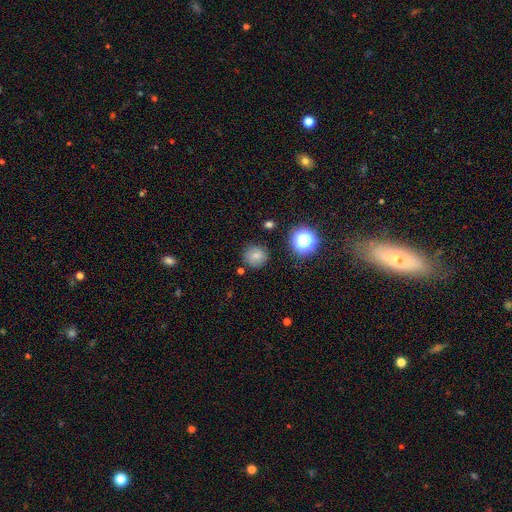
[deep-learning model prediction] The model was most divided on "smooth or featured": smooth: 72%, star or artifact: 16%, featured or disk: 13%. More confident: how rounded — round (90%); merging — none (82%).